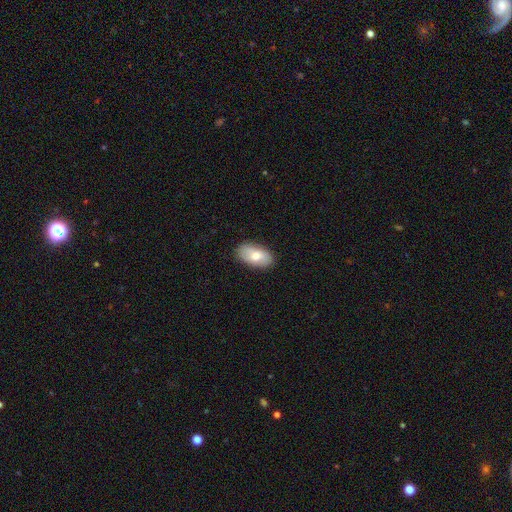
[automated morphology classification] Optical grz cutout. It shows a smooth galaxy with no disk features (76%) that is in between round and cigar-shaped (94%). Merging: none (84%).